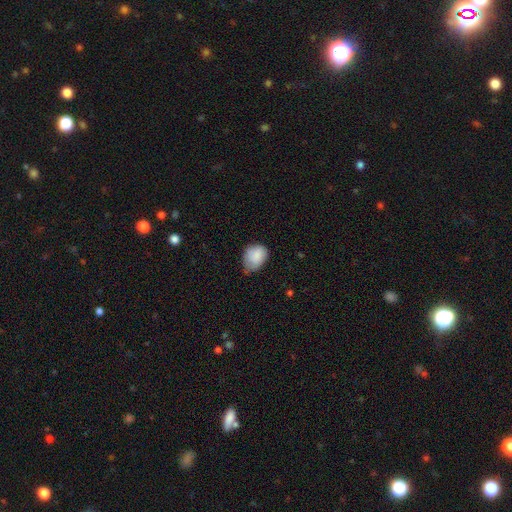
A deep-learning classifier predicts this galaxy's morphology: smooth 85%, featured or disk 8%, star or artifact 7%. Down the decision tree: how rounded — in between (64%); merging — minor disturbance (48%).